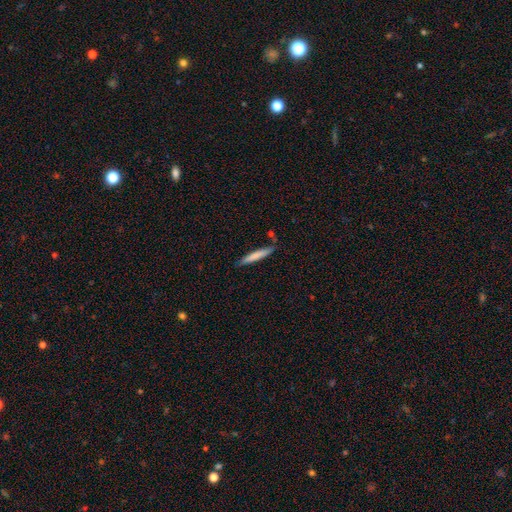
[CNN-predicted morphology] A smooth galaxy with no disk features (75%) that is cigar-shaped (94%). Merging: none (81%).